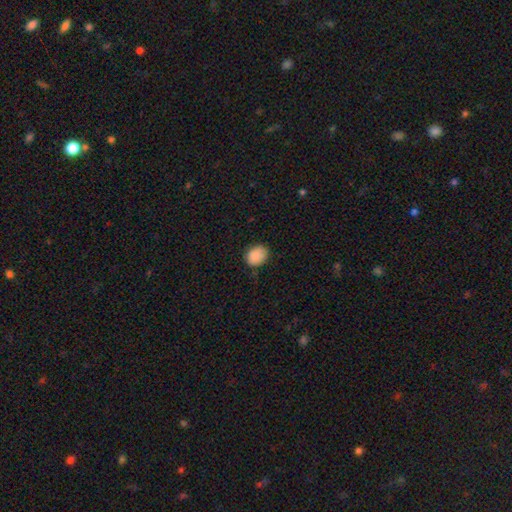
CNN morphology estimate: A smooth galaxy with no disk features (88%) that is in between round and cigar-shaped (54%). Merging: none (81%).